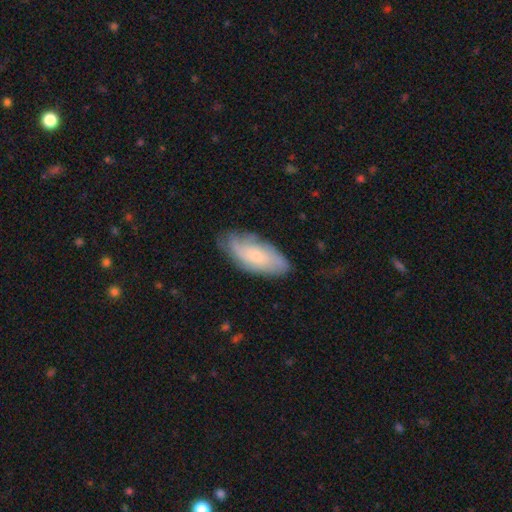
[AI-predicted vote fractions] A smooth galaxy with no disk features (48%). Merging: none (69%).